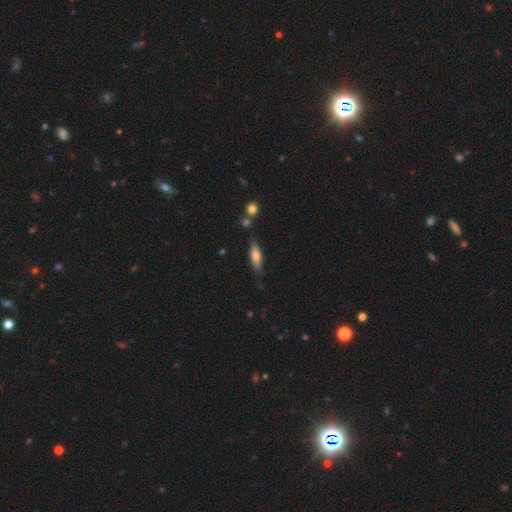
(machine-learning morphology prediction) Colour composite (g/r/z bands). It shows a smooth galaxy with no disk features (69%) that is cigar-shaped (60%). Merging: none (74%).